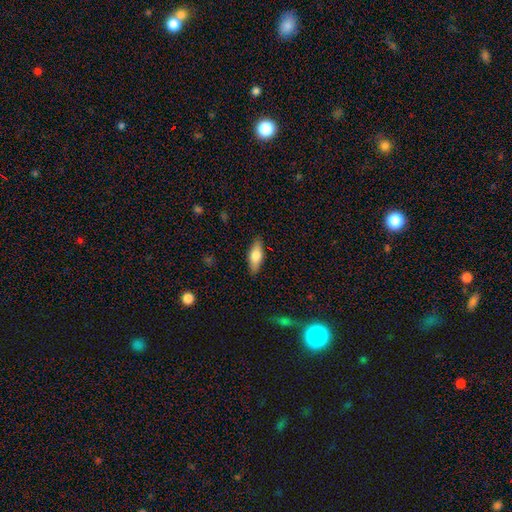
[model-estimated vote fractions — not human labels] Smooth or featured? smooth (69%)
How rounded? in between (69%)
Merging? none (87%)